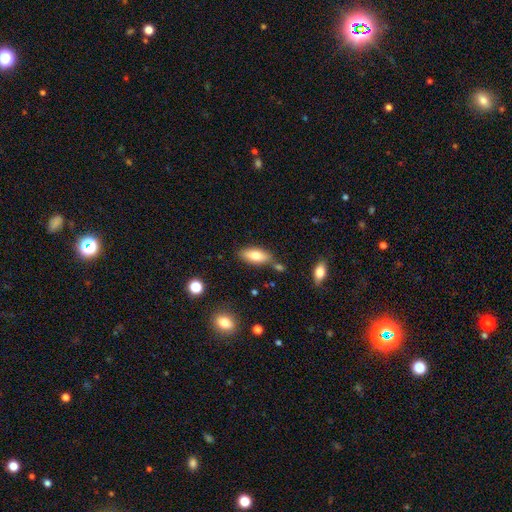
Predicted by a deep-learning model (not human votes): smooth 77%, featured or disk 16%, star or artifact 7%. Down the decision tree: how rounded — in between (82%); merging — none (73%).